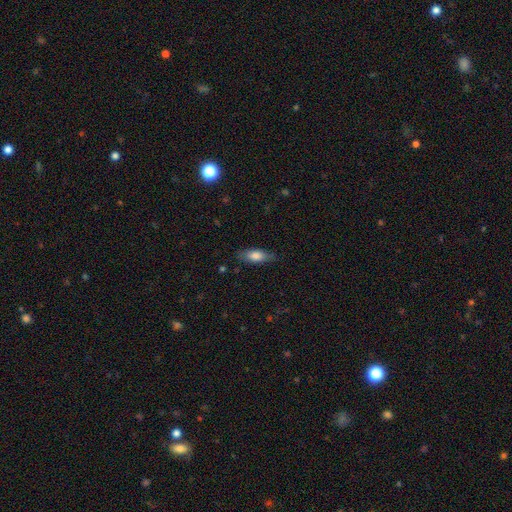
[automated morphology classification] type=smooth (77%); roundness=in between (74%); merging=none (79%).